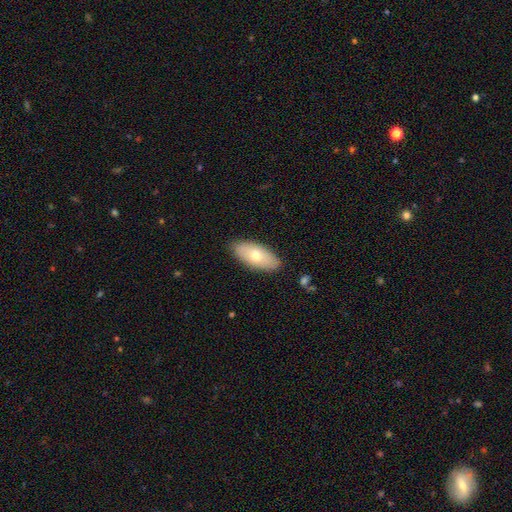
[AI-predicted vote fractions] Q: Smooth or featured?
A: smooth (67%); runner-up: featured or disk (27%)
Q: How rounded?
A: in between (90%); runner-up: cigar-shaped (7%)
Q: Merging?
A: none (86%); runner-up: minor disturbance (10%)